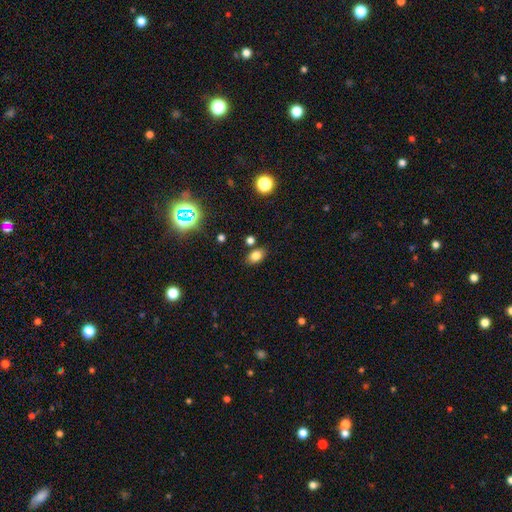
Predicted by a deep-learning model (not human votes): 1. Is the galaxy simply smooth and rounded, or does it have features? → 80% smooth, 13% star or artifact, 7% featured or disk.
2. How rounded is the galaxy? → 82% in between, 17% round, 2% cigar-shaped.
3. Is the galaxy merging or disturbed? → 80% none, 11% minor disturbance, 6% merger, 3% major disturbance.